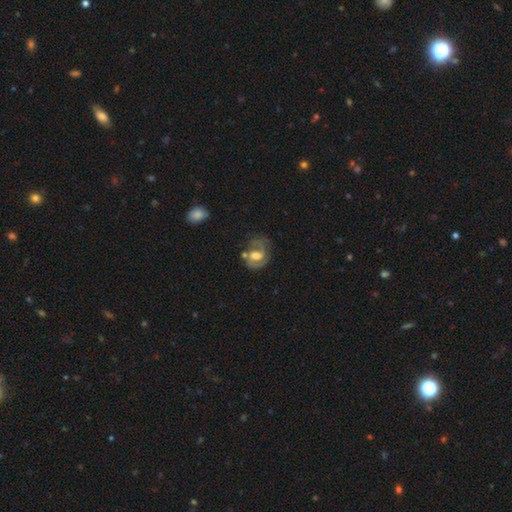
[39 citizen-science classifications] Smooth or featured? 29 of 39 (74%) said featured or disk. Edge-on disk? 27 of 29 (93%) said no. Bar? 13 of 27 (48%) said weak. Spiral arms? 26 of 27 (96%) said yes. Spiral winding? 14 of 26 (54%) said medium. Spiral arm count? 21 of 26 (81%) said 2. Bulge size? 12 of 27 (44%) said large. Merging? 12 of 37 (32%) said none.